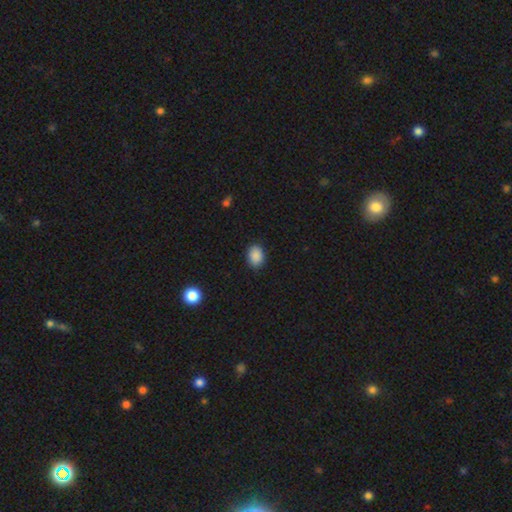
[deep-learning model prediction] smooth-or-featured: smooth: 89% | star or artifact: 9% | featured or disk: 3%
  how-rounded: in between: 64% | round: 35% | cigar-shaped: 1%
  merging: none: 88% | minor disturbance: 8% | major disturbance: 2% | merger: 1%